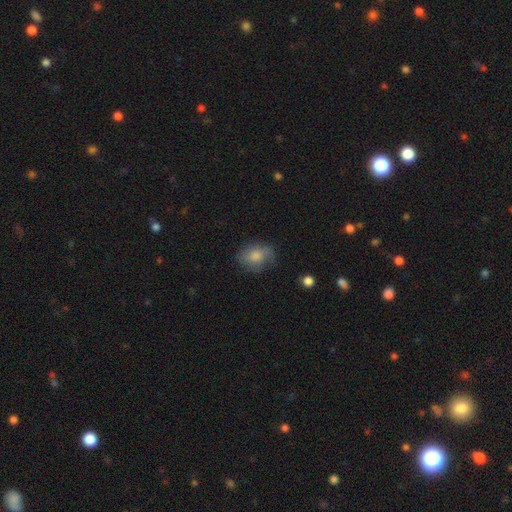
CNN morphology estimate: smooth-or-featured: smooth: 73% | featured or disk: 18% | star or artifact: 8%
  how-rounded: in between: 52% | round: 47% | cigar-shaped: 1%
  merging: none: 61% | minor disturbance: 27% | major disturbance: 10% | merger: 2%